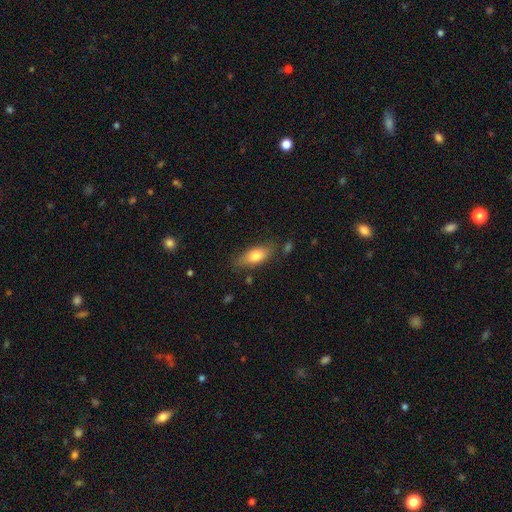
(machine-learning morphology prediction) Q: Smooth or featured?
A: smooth (76%); runner-up: featured or disk (17%)
Q: How rounded?
A: in between (77%); runner-up: cigar-shaped (19%)
Q: Merging?
A: none (76%); runner-up: minor disturbance (17%)